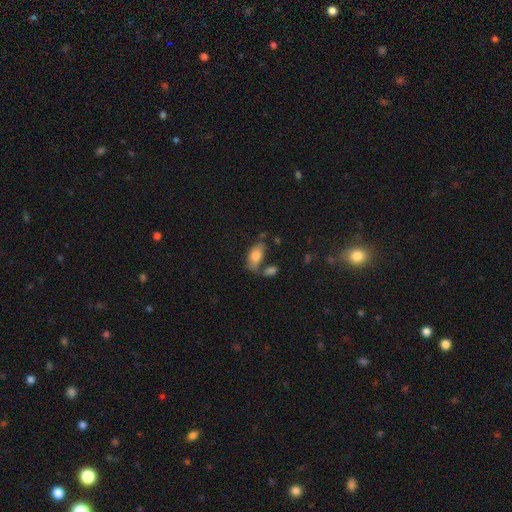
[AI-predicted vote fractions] Smooth or featured?
  - smooth: 76% *
  - featured or disk: 16%
  - star or artifact: 7%
How rounded?
  - in between: 90% *
  - cigar-shaped: 6%
  - round: 4%
Merging?
  - none: 53% *
  - minor disturbance: 20%
  - merger: 19%
  - major disturbance: 8%